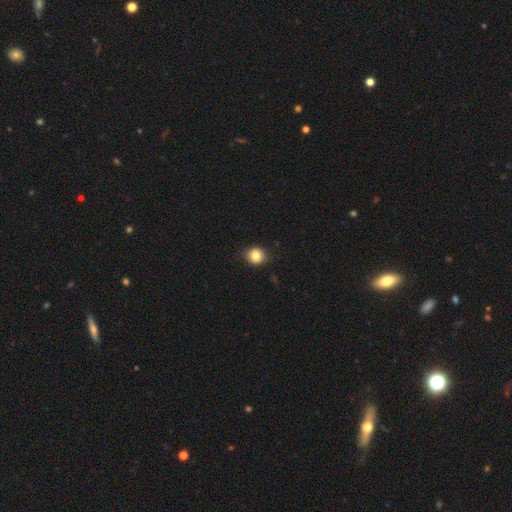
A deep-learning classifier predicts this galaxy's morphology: Smooth or featured?
  - smooth: 82% *
  - star or artifact: 10%
  - featured or disk: 8%
How rounded?
  - round: 83% *
  - in between: 16%
  - cigar-shaped: 1%
Merging?
  - none: 85% *
  - minor disturbance: 11%
  - major disturbance: 2%
  - merger: 1%